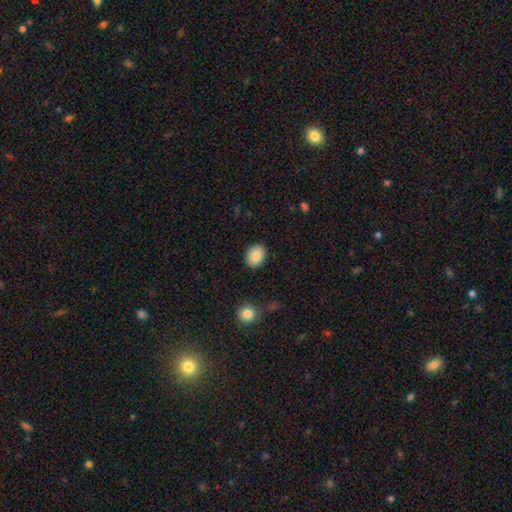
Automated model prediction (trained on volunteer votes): A smooth galaxy with no disk features (86%) that is in between round and cigar-shaped (61%).

Vote fractions:
- Smooth or featured? smooth: 86% / star or artifact: 7% / featured or disk: 7%
- How rounded? in between: 61% / round: 38% / cigar-shaped: 1%
- Merging? none: 89% / minor disturbance: 8% / major disturbance: 2% / merger: 1%